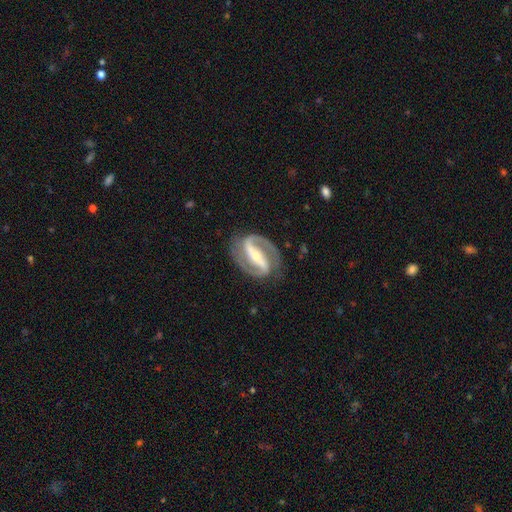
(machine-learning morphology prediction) A featured or disk galaxy (92%) with a strong bar (77%), 2 (93%) medium (53%) spiral arms (97%) and a small central bulge (51%). Merging: none (83%).